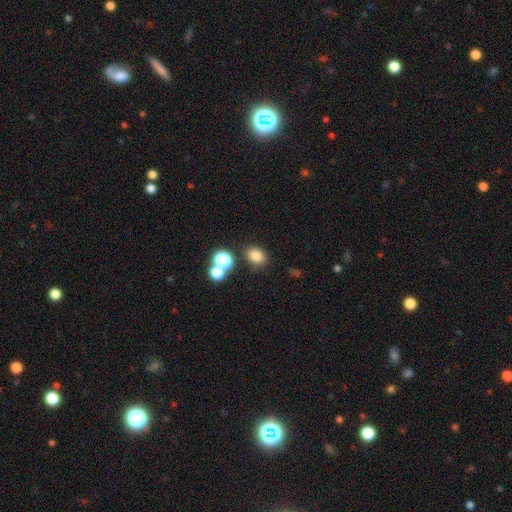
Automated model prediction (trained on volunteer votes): smooth 78%, star or artifact 15%, featured or disk 7%. Down the decision tree: how rounded — in between (56%); merging — none (77%).